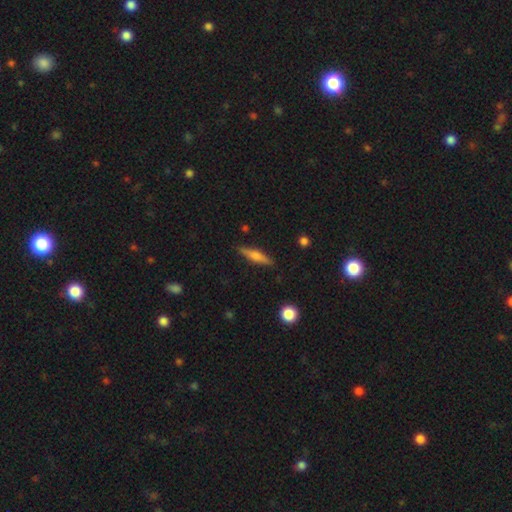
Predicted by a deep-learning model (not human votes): Overall: smooth (50%; featured or disk 43%). How rounded: cigar-shaped (81%). Merging: none (87%).